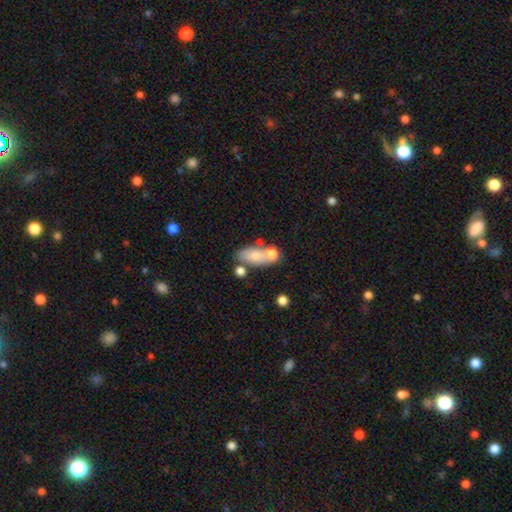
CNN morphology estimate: Overall: smooth (72%). How rounded: in between (82%). Merging: none (44%; merger 33%).